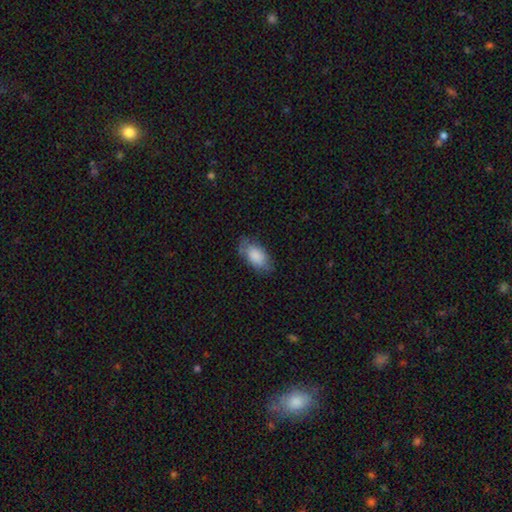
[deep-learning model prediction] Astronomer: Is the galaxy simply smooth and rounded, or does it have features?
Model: smooth — 82%.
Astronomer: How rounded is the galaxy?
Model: in between — 93%.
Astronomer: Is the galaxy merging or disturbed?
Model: none — 67%.